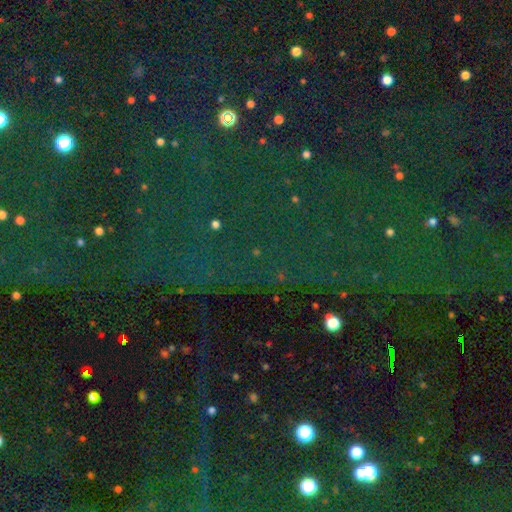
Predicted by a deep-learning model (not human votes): This is clearly a star or artifact rather than a galaxy (84%).